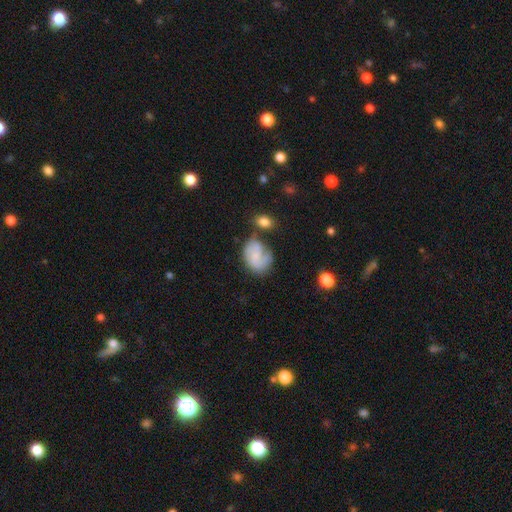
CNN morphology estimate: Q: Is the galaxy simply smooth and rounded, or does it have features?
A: featured or disk — 47%.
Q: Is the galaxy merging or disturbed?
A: none — 43%.